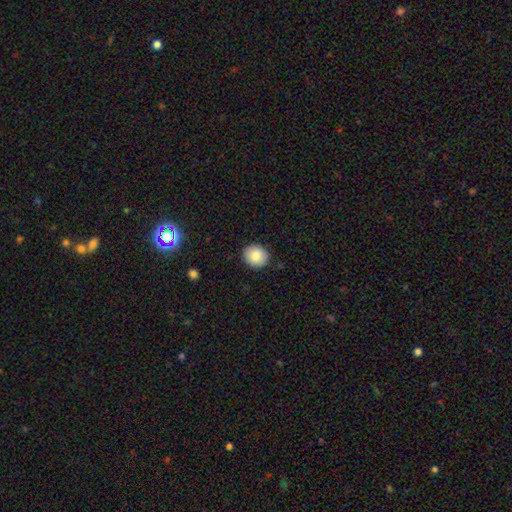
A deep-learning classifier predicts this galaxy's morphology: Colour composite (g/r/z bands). It shows a smooth galaxy with no disk features (83%) that is round (84%). Merging: none (90%).